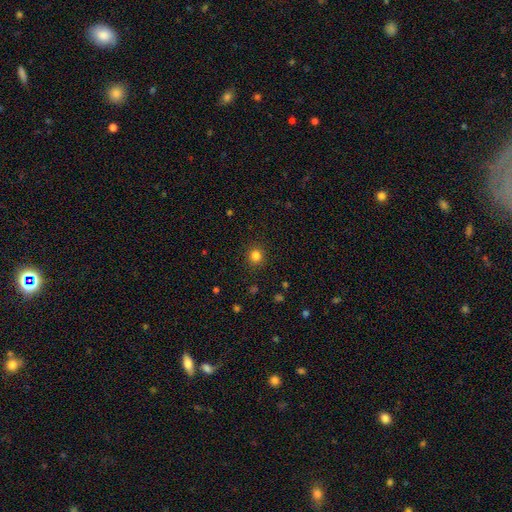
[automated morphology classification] smooth 83%, star or artifact 13%, featured or disk 4%. Down the decision tree: how rounded — round (90%); merging — none (91%).